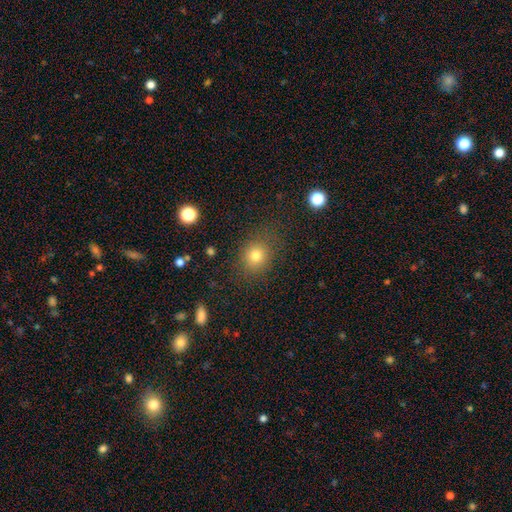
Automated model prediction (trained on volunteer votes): This is likely a smooth galaxy (78%). How rounded: likely round (74%). Merging: clearly none (81%).